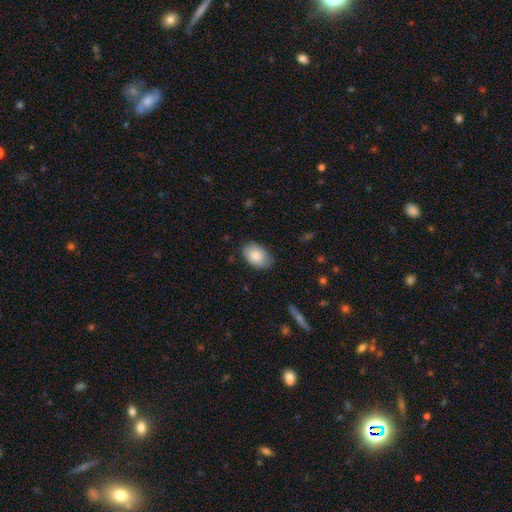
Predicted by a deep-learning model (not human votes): Morphology: type=smooth (84%); roundness=in between (89%); merging=none (81%).